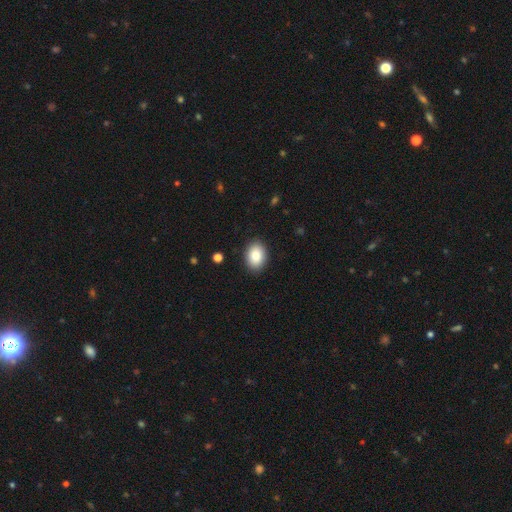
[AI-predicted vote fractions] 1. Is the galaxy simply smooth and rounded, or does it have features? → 84% smooth, 8% featured or disk, 8% star or artifact.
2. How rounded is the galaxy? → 76% in between, 23% round, 1% cigar-shaped.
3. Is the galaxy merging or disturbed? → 89% none, 8% minor disturbance, 2% major disturbance, 1% merger.